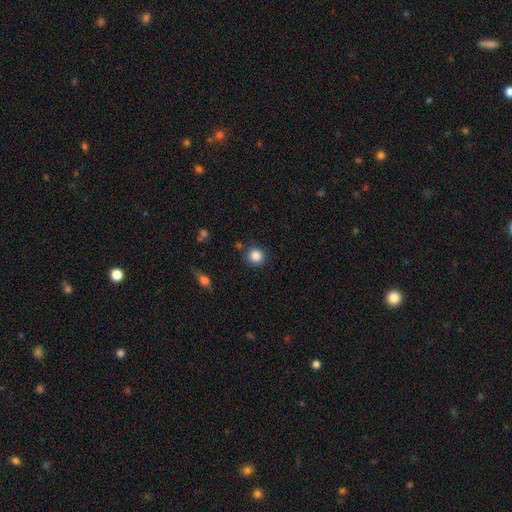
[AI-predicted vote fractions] A smooth galaxy with no disk features (86%) that is round (90%). Merging: none (84%).